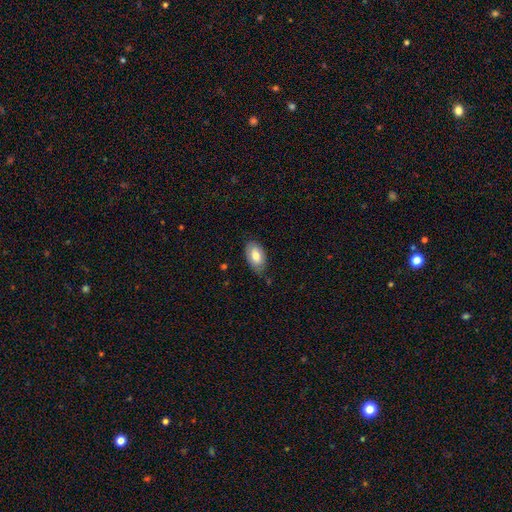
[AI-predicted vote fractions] smooth 74%, featured or disk 19%, star or artifact 6%. Down the decision tree: how rounded — in between (94%); merging — none (73%).